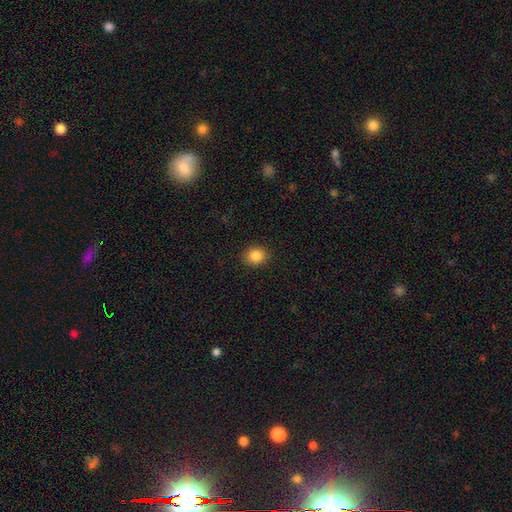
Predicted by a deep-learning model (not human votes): Morphology: type=smooth (86%); roundness=round (61%); merging=none (89%).